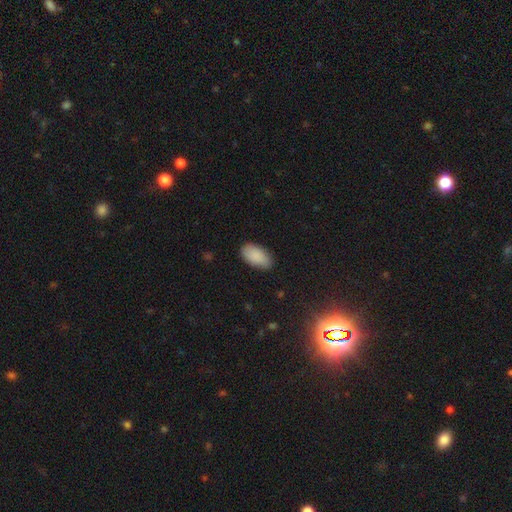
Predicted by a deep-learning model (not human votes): smooth 89%, star or artifact 6%, featured or disk 5%. Down the decision tree: how rounded — in between (95%); merging — none (82%).